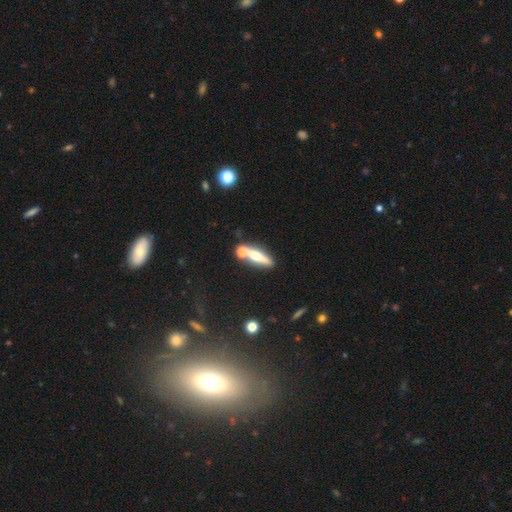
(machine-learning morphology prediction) featured or disk 48%, smooth 44%, star or artifact 8%. Down the decision tree: merging — none (55%).